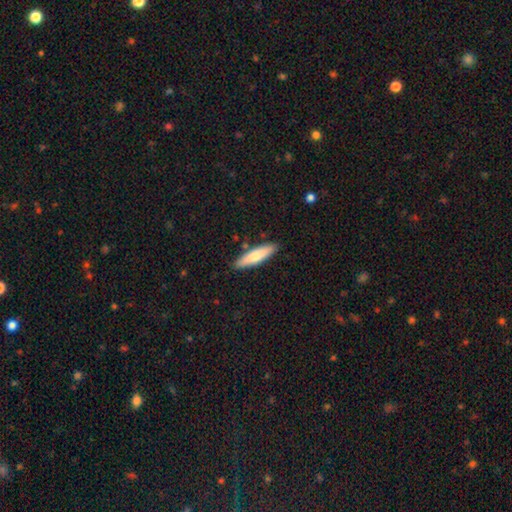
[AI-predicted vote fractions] Overall: smooth (70%). How rounded: cigar-shaped (73%). Merging: none (87%).